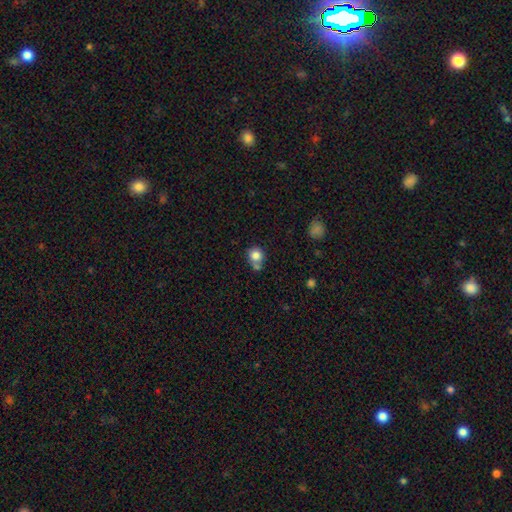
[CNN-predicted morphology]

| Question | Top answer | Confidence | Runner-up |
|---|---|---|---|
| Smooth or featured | smooth | 81% | star or artifact (10%) |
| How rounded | round | 82% | in between (17%) |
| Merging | none | 49% | merger (29%) |